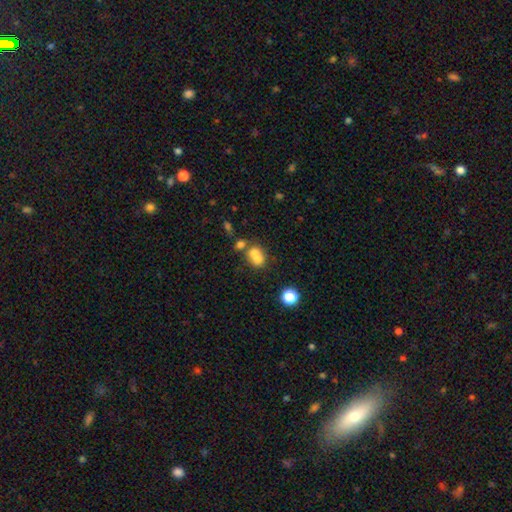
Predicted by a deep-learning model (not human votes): A smooth galaxy with no disk features (67%) that is round (61%). Merging: merger (62%).